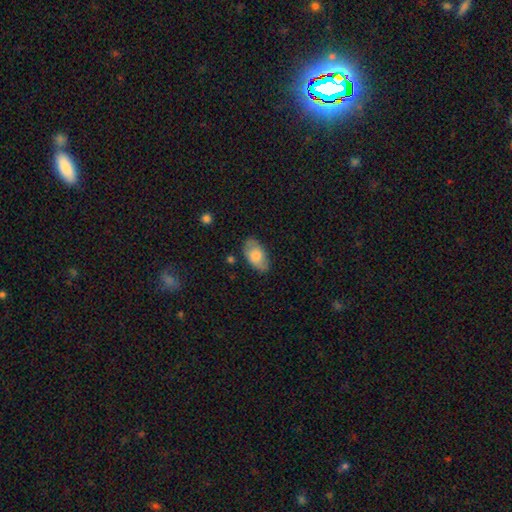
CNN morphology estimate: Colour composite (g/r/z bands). It shows a smooth galaxy with no disk features (76%) that is in between round and cigar-shaped (94%). Merging: none (76%).